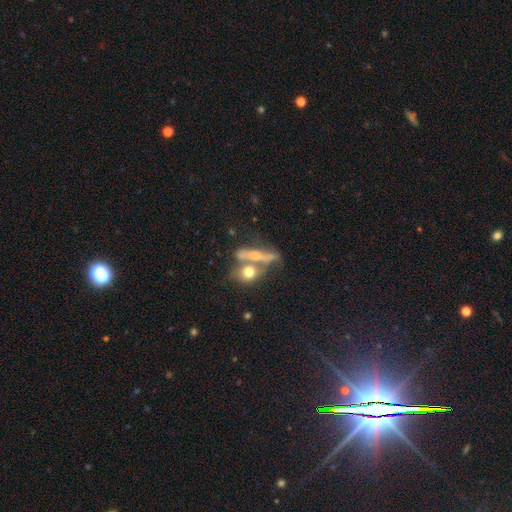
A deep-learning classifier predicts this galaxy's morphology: A featured or disk galaxy (48%). Merging: merger (40%).